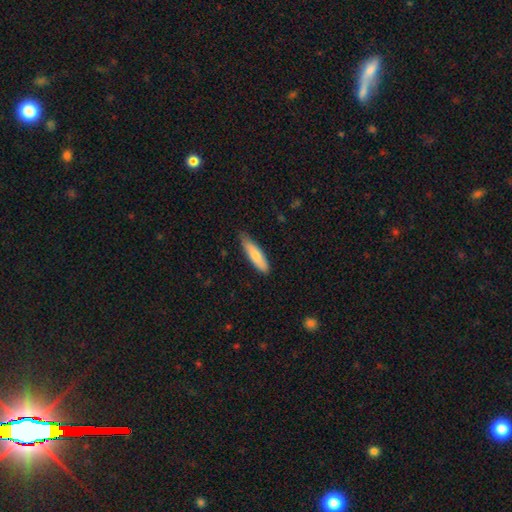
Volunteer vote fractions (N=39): A smooth galaxy with no disk features (82%) that is cigar-shaped (72%).

Vote fractions:
- Smooth or featured? smooth: 82% / featured or disk: 18% / star or artifact: 0%
- How rounded? cigar-shaped: 72% / in between: 25% / round: 3%
- Merging? none: 62% / minor disturbance: 31% / merger: 5% / major disturbance: 3%